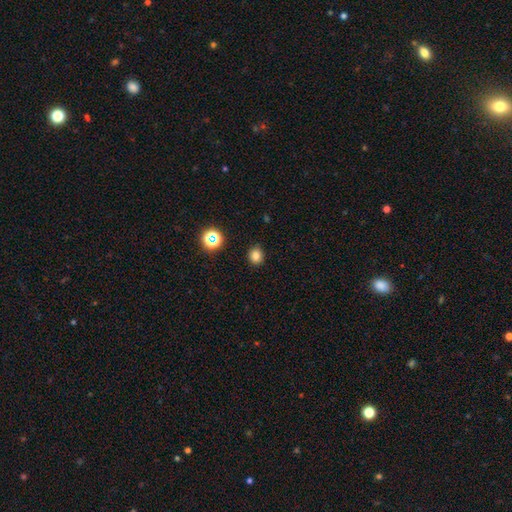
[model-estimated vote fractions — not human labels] Smooth or featured? Predicted: smooth (p=0.79). How rounded? Predicted: round (p=0.73). Merging? Predicted: none (p=0.87).